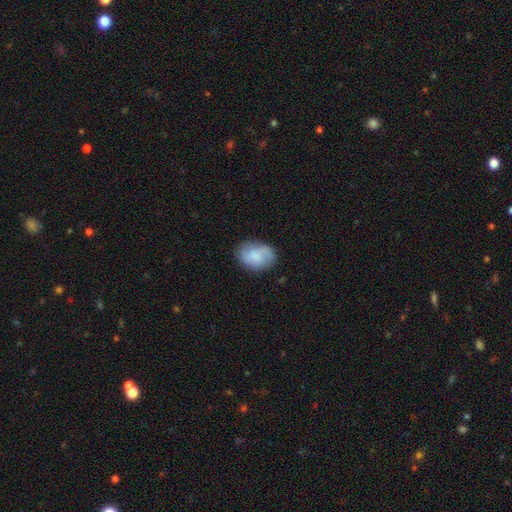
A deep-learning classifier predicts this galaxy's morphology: smooth-or-featured: smooth: 70% | featured or disk: 22% | star or artifact: 7%
  how-rounded: in between: 79% | round: 20% | cigar-shaped: 1%
  merging: none: 72% | minor disturbance: 21% | major disturbance: 6% | merger: 1%